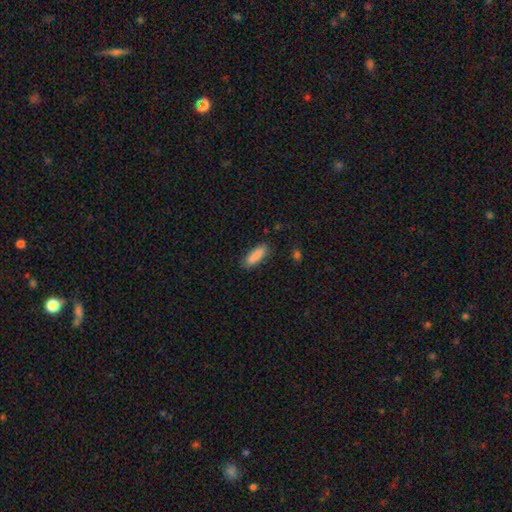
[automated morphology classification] type=smooth (88%); roundness=cigar-shaped (50%); merging=none (86%).